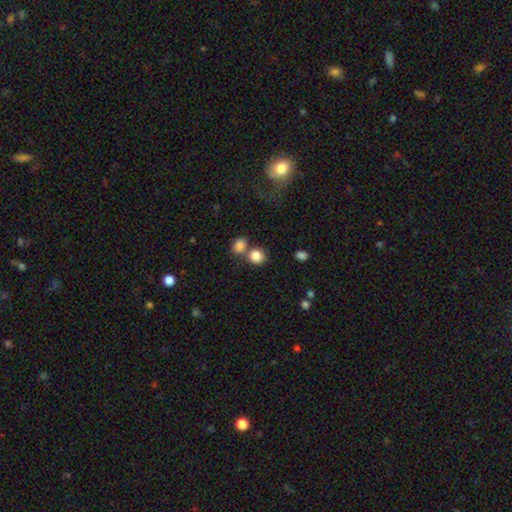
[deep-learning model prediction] Smooth or featured: smooth — 84% (star or artifact — 10%)
How rounded: round — 80% (in between — 19%)
Merging: none — 52% (merger — 36%)